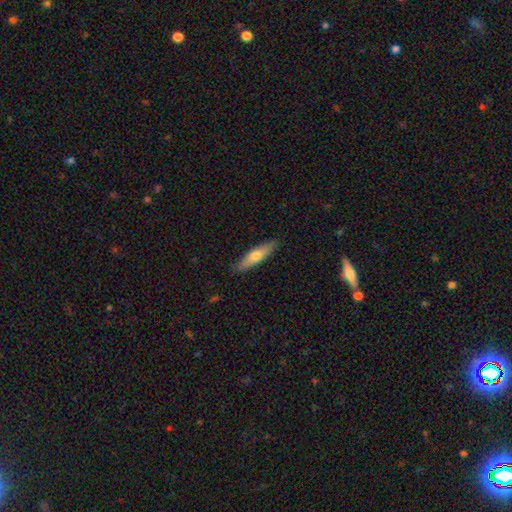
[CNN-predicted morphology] A smooth galaxy with no disk features (64%) that is cigar-shaped (73%).

Vote fractions:
- Smooth or featured? smooth: 64% / featured or disk: 31% / star or artifact: 5%
- How rounded? cigar-shaped: 73% / in between: 25% / round: 2%
- Merging? none: 87% / minor disturbance: 10% / major disturbance: 2% / merger: 1%